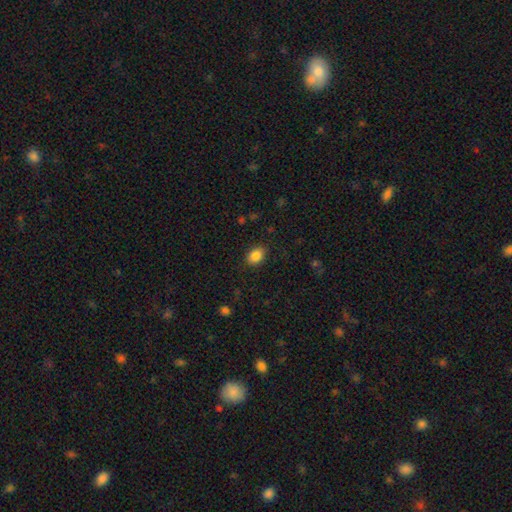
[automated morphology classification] The model was most divided on "how rounded": in between: 74%, round: 25%, cigar-shaped: 1%. More confident: smooth or featured — smooth (87%); merging — none (86%).